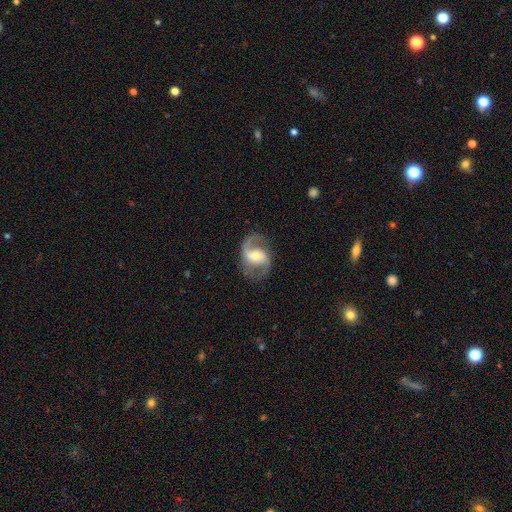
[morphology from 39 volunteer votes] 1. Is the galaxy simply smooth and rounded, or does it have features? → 92% featured or disk, 5% smooth, 3% star or artifact.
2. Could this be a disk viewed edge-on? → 97% no, 3% yes.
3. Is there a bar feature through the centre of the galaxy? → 40% no, 37% weak, 23% strong.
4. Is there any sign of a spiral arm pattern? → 100% yes, 0% no.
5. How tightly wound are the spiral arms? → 60% loose, 34% medium, 6% tight.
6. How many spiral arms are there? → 100% 2, 0% 1, 0% 3, 0% 4, 0% more than 4, 0% can't tell.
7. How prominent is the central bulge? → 66% moderate, 34% small, 0% dominant, 0% large, 0% none.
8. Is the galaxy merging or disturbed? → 87% none, 8% minor disturbance, 3% major disturbance, 3% merger.